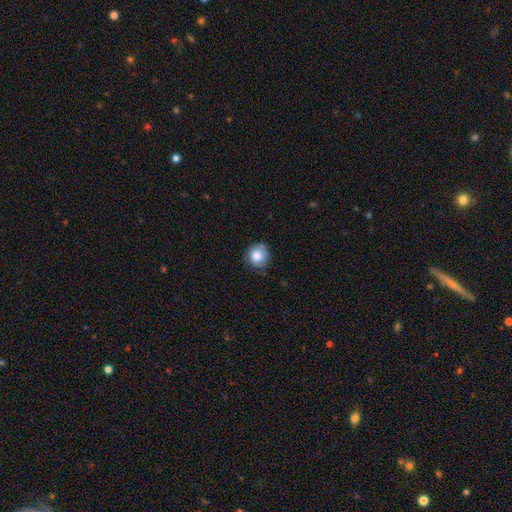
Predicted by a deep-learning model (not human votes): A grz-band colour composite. It shows a smooth galaxy with no disk features (80%) that is round (84%). Merging: none (71%).